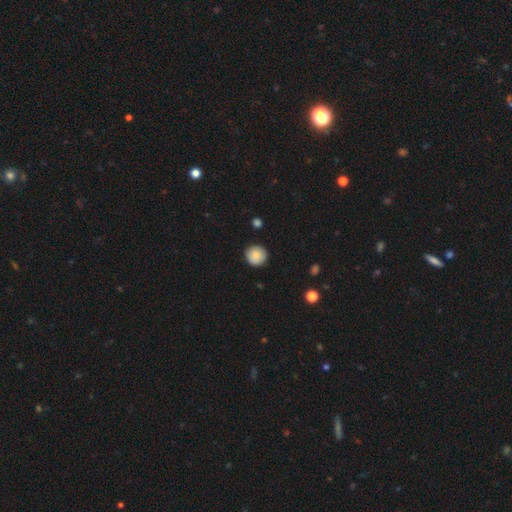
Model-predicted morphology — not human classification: A smooth galaxy with no disk features (84%) that is round (94%). Merging: none (89%).